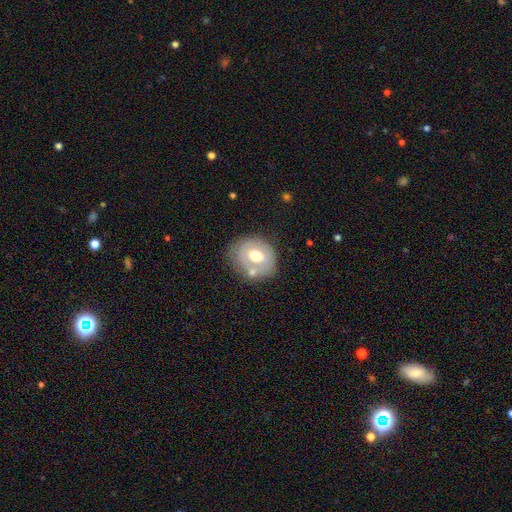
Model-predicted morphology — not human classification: Overall: smooth (56%; featured or disk 36%). How rounded: round (60%; in between 39%). Merging: none (61%).